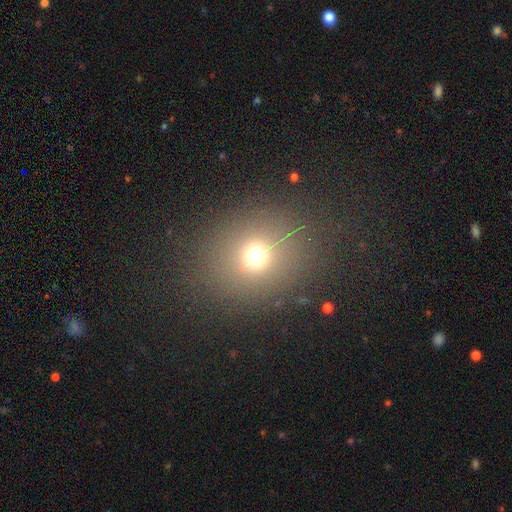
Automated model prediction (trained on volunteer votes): smooth_or_featured: smooth (p=0.68) [alt: star or artifact p=0.21]
how_rounded: round (p=0.74) [alt: in between p=0.24]
merging: none (p=0.82) [alt: minor disturbance p=0.10]